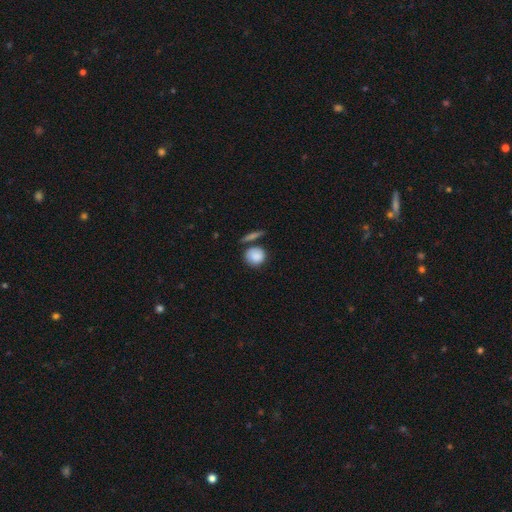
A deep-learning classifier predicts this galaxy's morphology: This is clearly a smooth galaxy (85%). How rounded: clearly round (85%). Merging: likely none (67%).